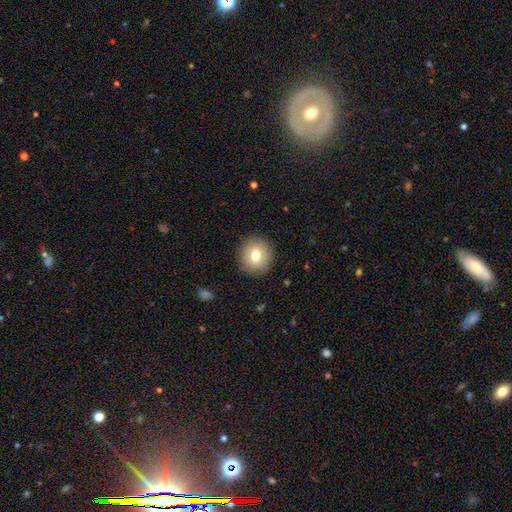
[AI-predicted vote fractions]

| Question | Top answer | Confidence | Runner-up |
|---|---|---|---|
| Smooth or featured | smooth | 75% | featured or disk (16%) |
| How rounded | round | 89% | in between (10%) |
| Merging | none | 89% | minor disturbance (7%) |